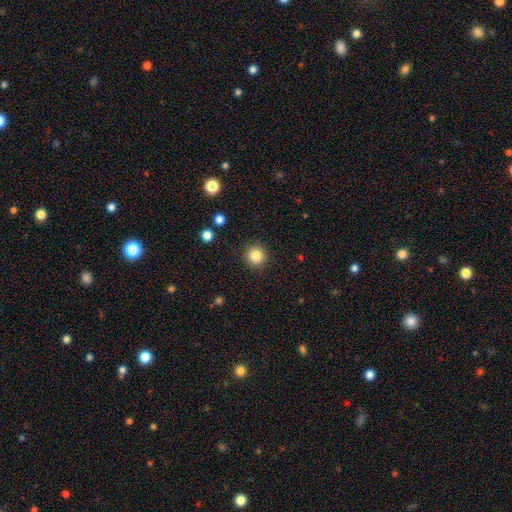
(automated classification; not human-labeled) This is clearly a smooth galaxy (84%). How rounded: clearly round (94%). Merging: clearly none (91%).